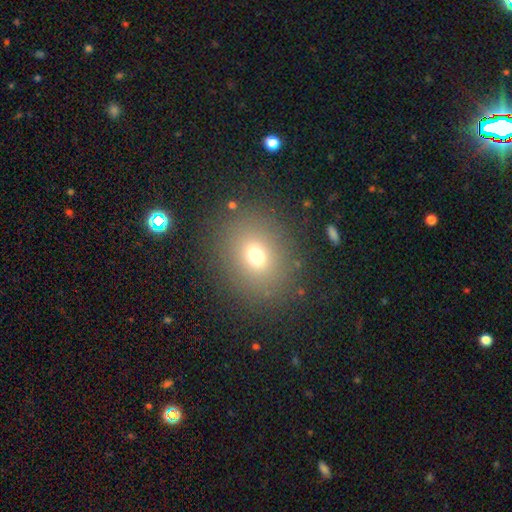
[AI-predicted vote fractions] Smooth or featured? smooth (69%)
How rounded? round (59%)
Merging? none (85%)